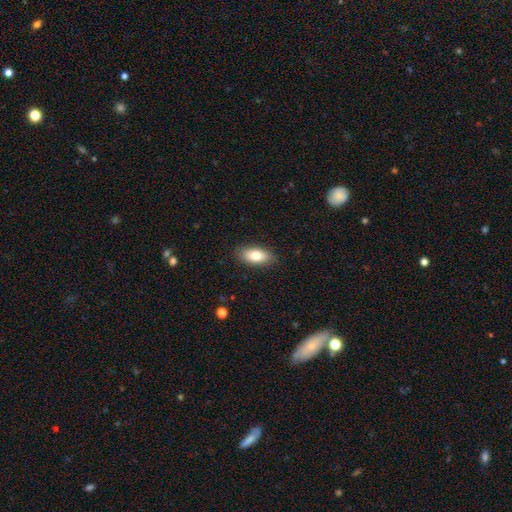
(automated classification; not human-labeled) A smooth galaxy with no disk features (79%) that is in between round and cigar-shaped (87%). Merging: none (87%).